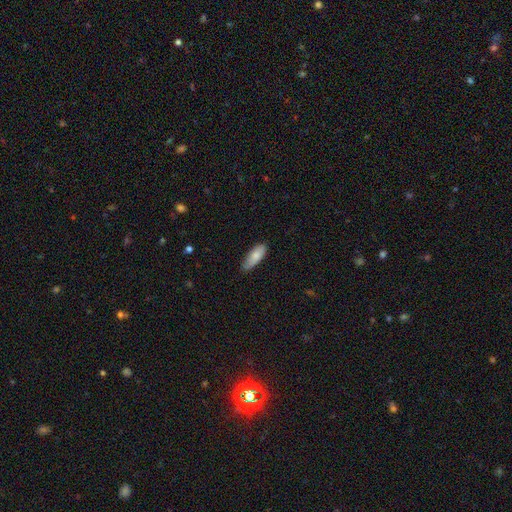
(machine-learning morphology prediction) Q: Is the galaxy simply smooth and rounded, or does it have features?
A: smooth — 81%.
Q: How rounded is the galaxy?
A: in between — 74%.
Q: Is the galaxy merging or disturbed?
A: none — 70%.